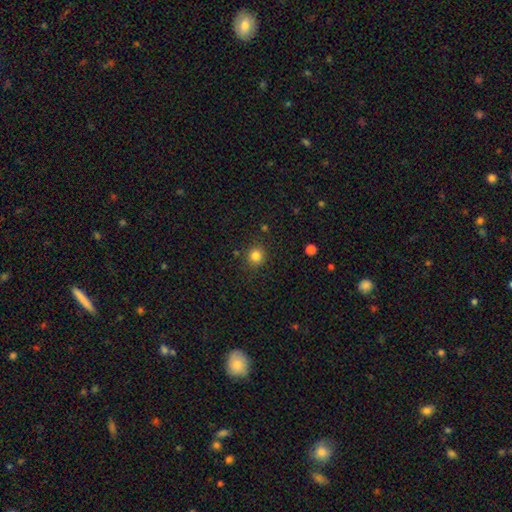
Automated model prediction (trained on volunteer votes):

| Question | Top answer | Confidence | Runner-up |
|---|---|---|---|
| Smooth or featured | smooth | 83% | star or artifact (12%) |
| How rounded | round | 89% | in between (10%) |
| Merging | none | 86% | minor disturbance (9%) |